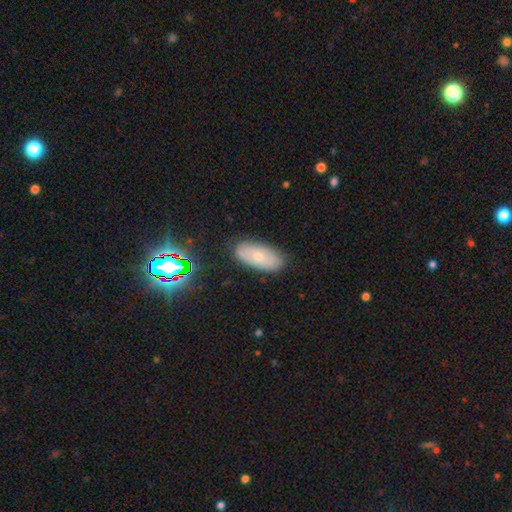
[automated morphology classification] type=smooth (64%); roundness=in between (89%); merging=none (85%).